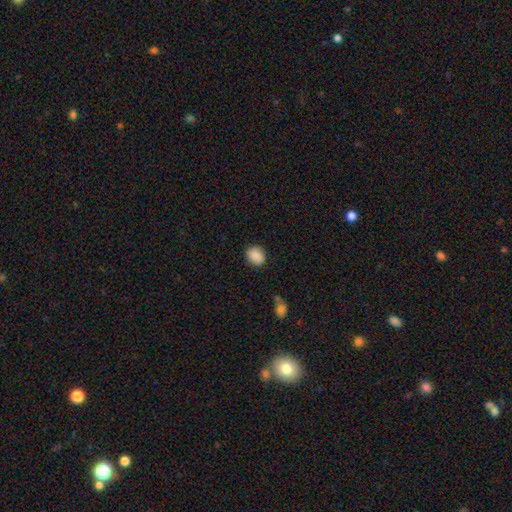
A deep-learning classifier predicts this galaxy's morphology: Smooth or featured: smooth — 89% (star or artifact — 8%)
How rounded: round — 55% (in between — 44%)
Merging: none — 85% (minor disturbance — 11%)